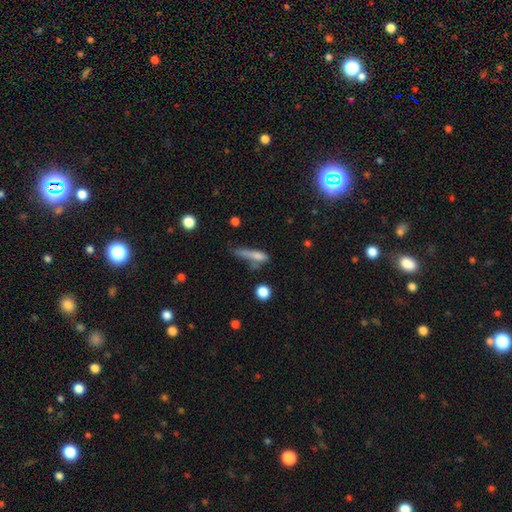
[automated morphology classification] smooth_or_featured: smooth (p=0.69) [alt: featured or disk p=0.20]
how_rounded: cigar-shaped (p=0.73) [alt: in between p=0.22]
merging: none (p=0.36) [alt: minor disturbance p=0.29]